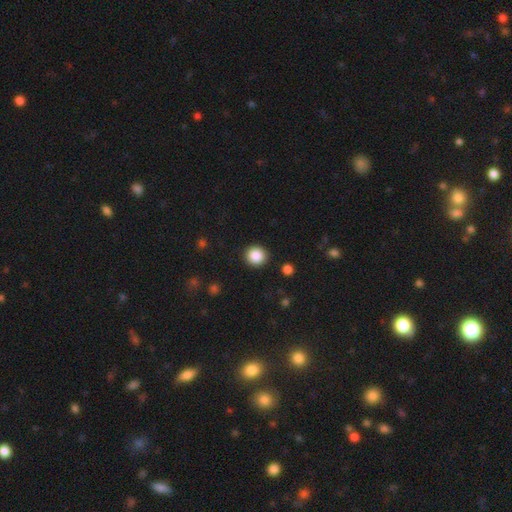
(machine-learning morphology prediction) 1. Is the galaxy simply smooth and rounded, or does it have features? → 88% smooth, 9% star or artifact, 3% featured or disk.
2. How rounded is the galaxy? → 93% round, 6% in between, 1% cigar-shaped.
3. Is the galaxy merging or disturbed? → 91% none, 5% minor disturbance, 2% major disturbance, 1% merger.